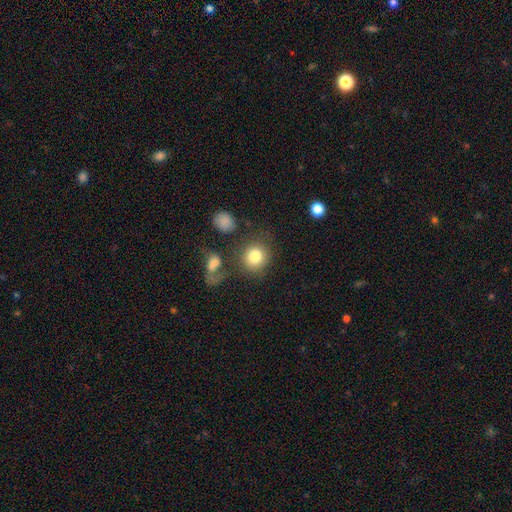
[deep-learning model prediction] Q: Smooth or featured?
A: smooth (83%); runner-up: star or artifact (9%)
Q: How rounded?
A: round (82%); runner-up: in between (17%)
Q: Merging?
A: none (64%); runner-up: merger (13%)